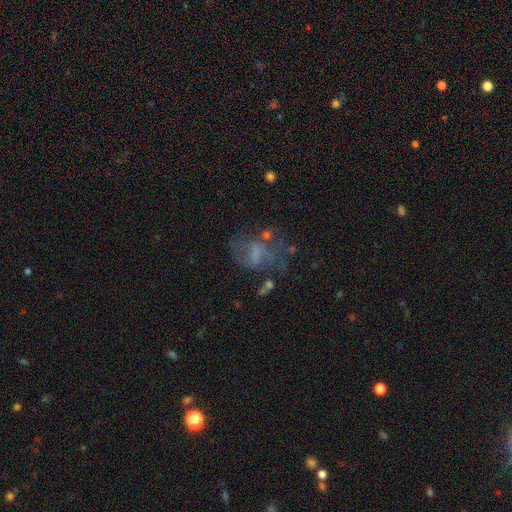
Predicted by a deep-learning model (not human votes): Smooth or featured? featured or disk (55%)
Edge-on disk? no (96%)
Bar? weak (43%)
Spiral arms? yes (52%)
Bulge size? none (50%)
Merging? none (39%)